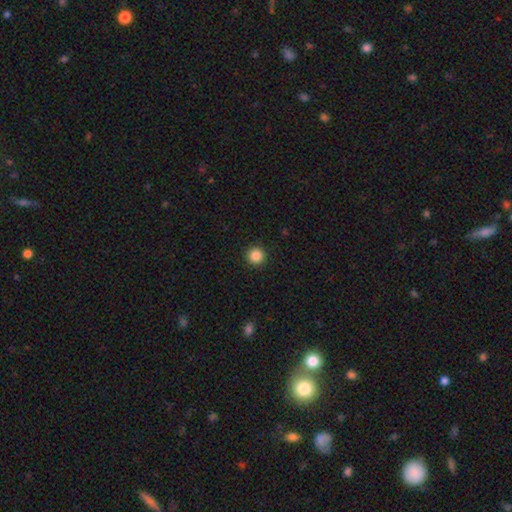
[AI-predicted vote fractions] Smooth or featured: smooth — 86% (star or artifact — 10%)
How rounded: round — 96% (in between — 3%)
Merging: none — 93% (minor disturbance — 4%)